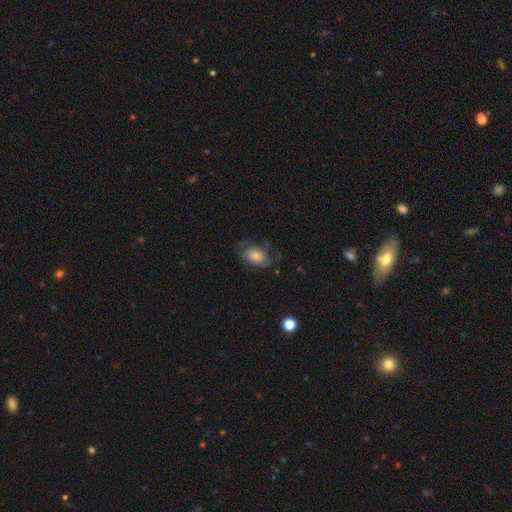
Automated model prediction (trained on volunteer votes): Smooth or featured: smooth — 55% (featured or disk — 35%)
How rounded: in between — 84% (round — 14%)
Merging: none — 64% (minor disturbance — 23%)